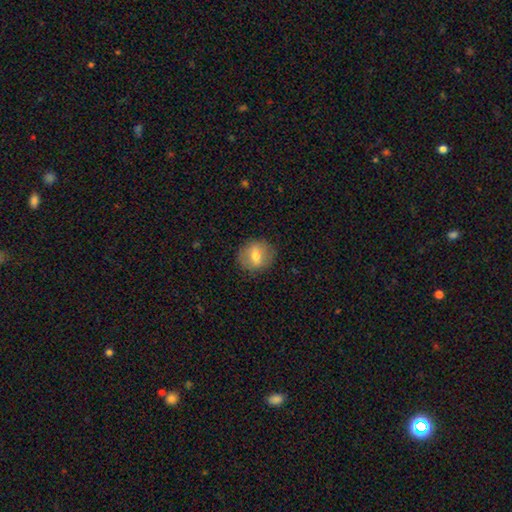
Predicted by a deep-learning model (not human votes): smooth-or-featured: smooth: 60% | featured or disk: 32% | star or artifact: 9%
  how-rounded: round: 77% | in between: 22% | cigar-shaped: 1%
  merging: none: 84% | minor disturbance: 11% | major disturbance: 4% | merger: 1%